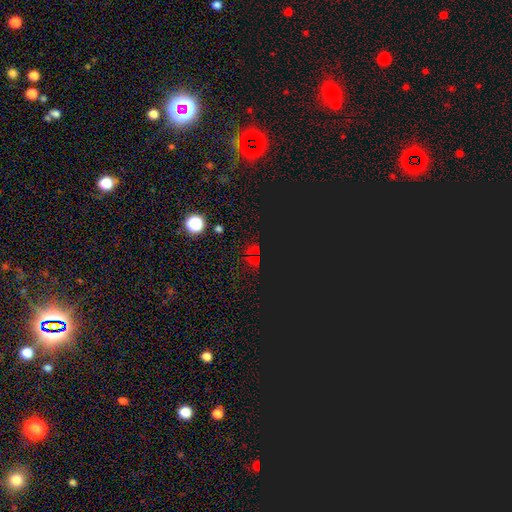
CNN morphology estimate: Overall: star or artifact (75%).